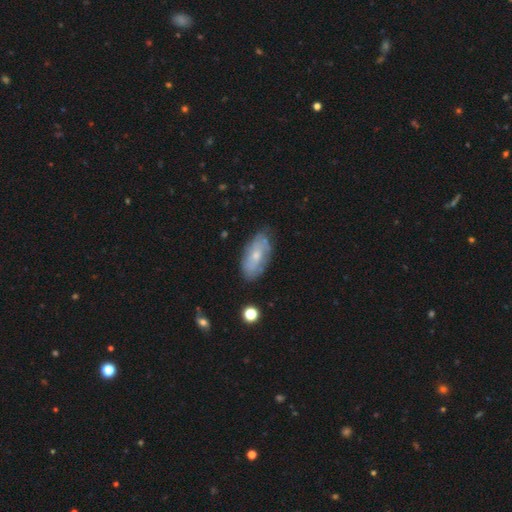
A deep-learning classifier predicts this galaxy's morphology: A smooth galaxy with no disk features (49%). Merging: none (70%).